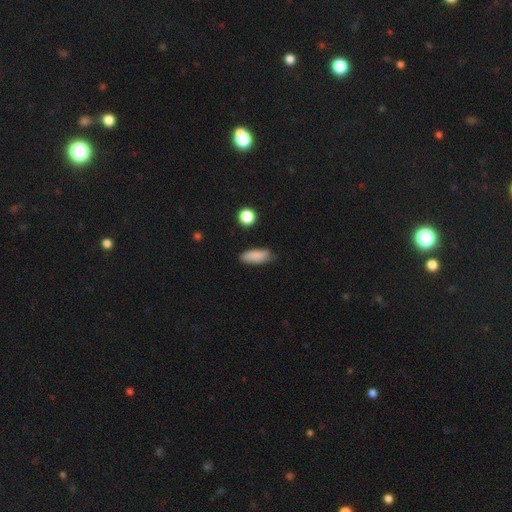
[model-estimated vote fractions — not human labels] smooth_or_featured: smooth (p=0.86) [alt: star or artifact p=0.08]
how_rounded: in between (p=0.69) [alt: cigar-shaped p=0.29]
merging: none (p=0.76) [alt: minor disturbance p=0.19]